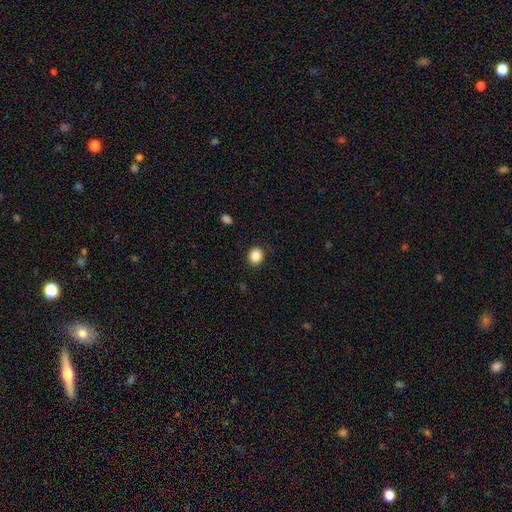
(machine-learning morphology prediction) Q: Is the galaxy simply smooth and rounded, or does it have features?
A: smooth — 86%.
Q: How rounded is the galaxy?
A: round — 67%.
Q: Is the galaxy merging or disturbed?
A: none — 88%.